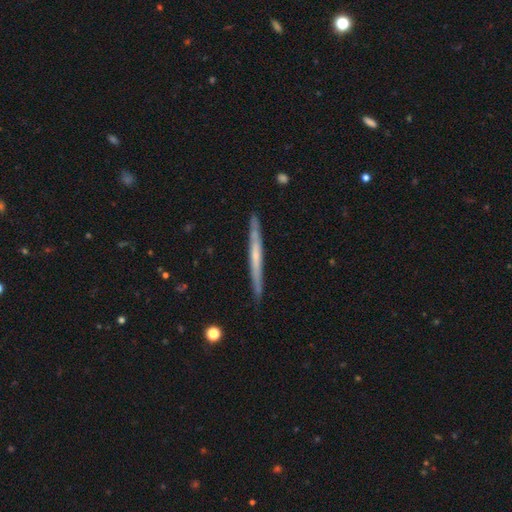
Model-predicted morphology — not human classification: Smooth or featured? featured or disk (57%)
Edge-on disk? yes (95%)
Edge-on bulge? none (76%)
Merging? none (88%)